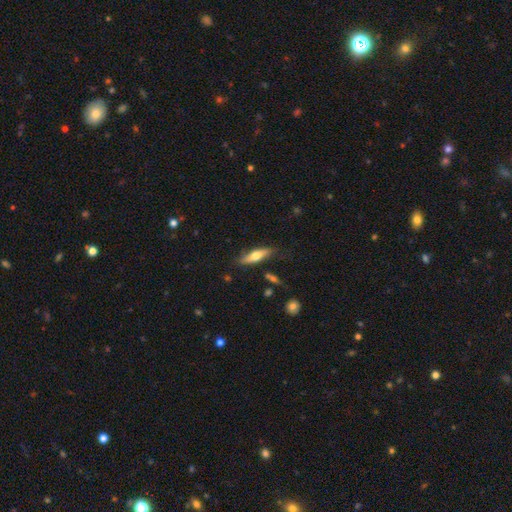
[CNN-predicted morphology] Overall: smooth (56%; featured or disk 39%). How rounded: cigar-shaped (55%; in between 42%). Merging: none (77%).